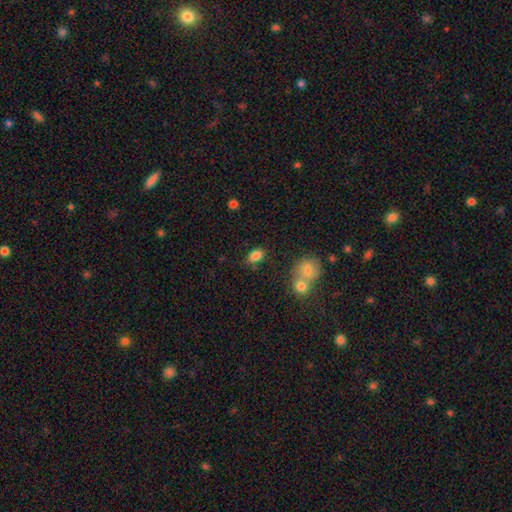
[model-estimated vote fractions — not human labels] smooth-or-featured: smooth: 85% | star or artifact: 10% | featured or disk: 5%
  how-rounded: in between: 87% | round: 11% | cigar-shaped: 2%
  merging: none: 72% | minor disturbance: 14% | merger: 10% | major disturbance: 4%